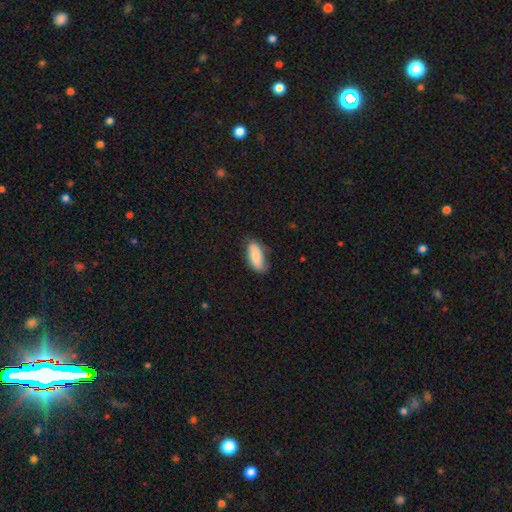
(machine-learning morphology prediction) Overall: smooth (77%). How rounded: in between (83%). Merging: none (70%).